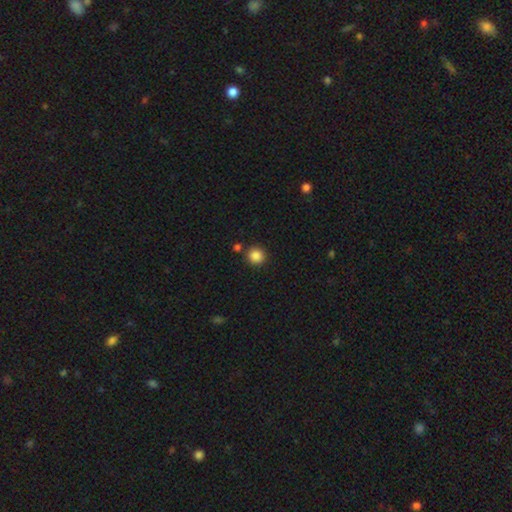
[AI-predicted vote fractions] This is clearly a smooth galaxy (87%). How rounded: clearly round (93%). Merging: clearly none (86%).